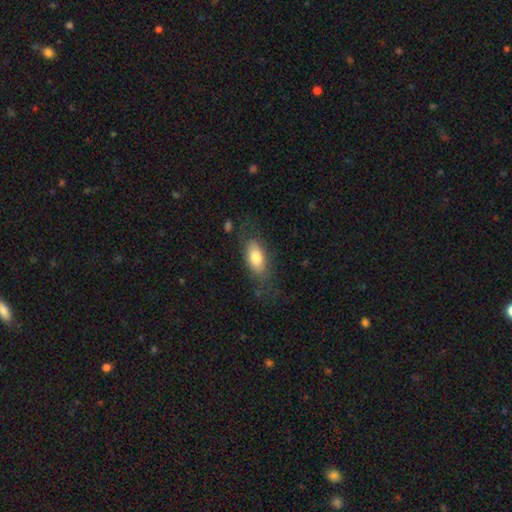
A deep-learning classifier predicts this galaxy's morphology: smooth 72%, featured or disk 20%, star or artifact 7%. Down the decision tree: how rounded — in between (80%); merging — none (68%).